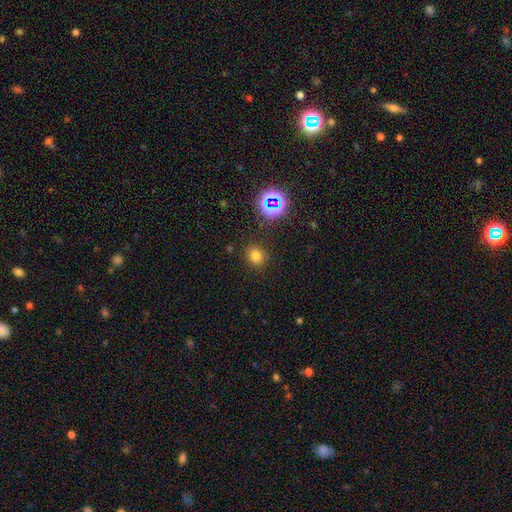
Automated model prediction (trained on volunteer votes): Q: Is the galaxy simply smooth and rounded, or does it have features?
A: smooth — 74%.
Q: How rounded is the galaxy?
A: round — 77%.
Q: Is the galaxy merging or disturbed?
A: none — 87%.